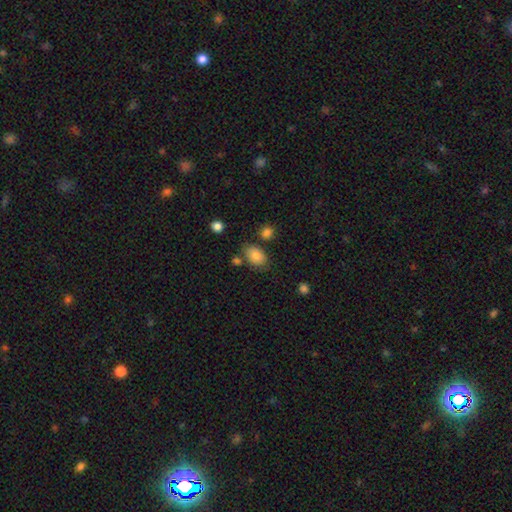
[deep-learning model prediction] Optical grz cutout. It shows a smooth galaxy with no disk features (83%) that is in between round and cigar-shaped (80%). Merging: none (70%).